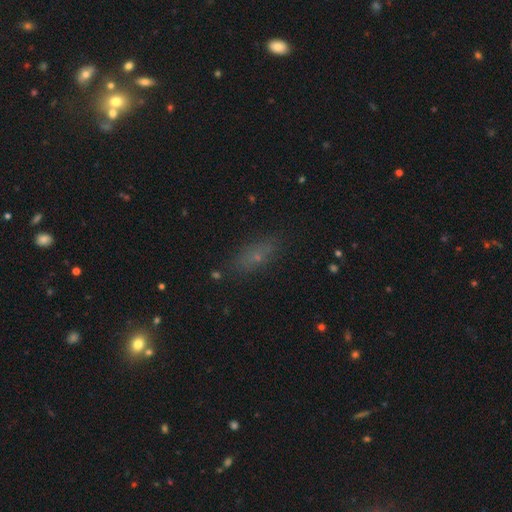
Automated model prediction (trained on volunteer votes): This is possibly a smooth galaxy (60%). How rounded: likely in between (65%). Merging: clearly none (82%).